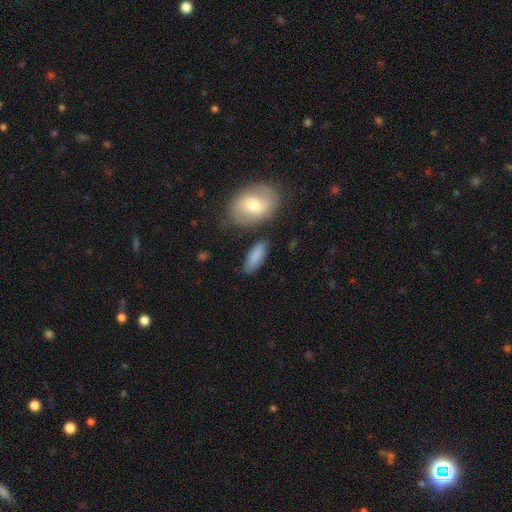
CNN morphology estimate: Smooth or featured: smooth — 83% (featured or disk — 11%)
How rounded: in between — 74% (cigar-shaped — 23%)
Merging: none — 76% (minor disturbance — 14%)